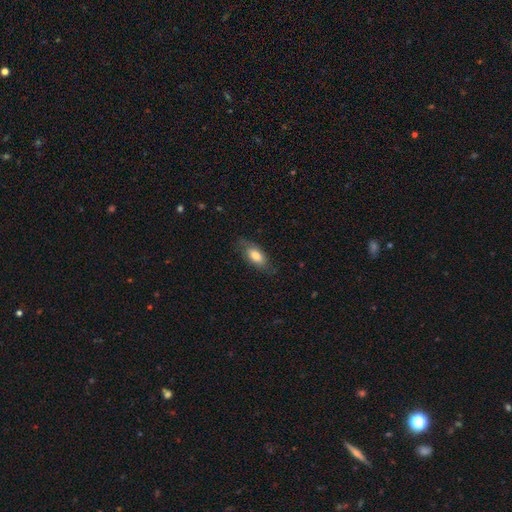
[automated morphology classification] smooth 71%, featured or disk 22%, star or artifact 7%. Down the decision tree: how rounded — in between (85%); merging — none (72%).